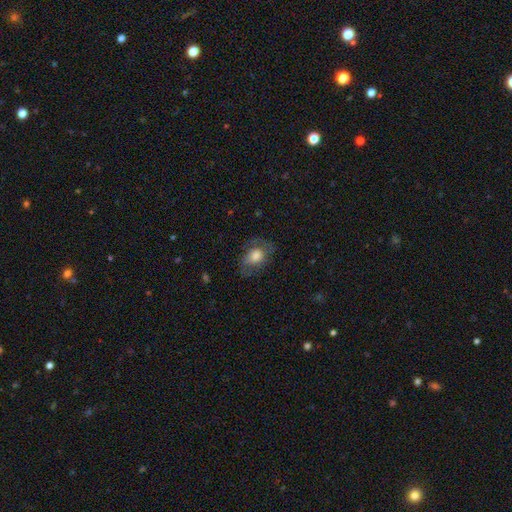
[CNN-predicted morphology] A smooth galaxy with no disk features (61%) that is in between round and cigar-shaped (73%). Merging: none (59%).